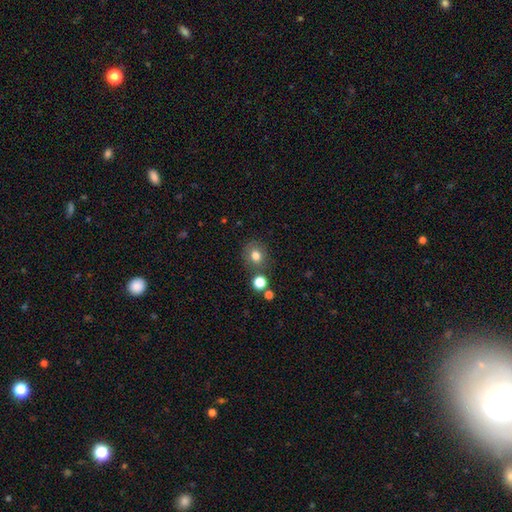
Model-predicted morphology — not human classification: This is likely a smooth galaxy (78%). How rounded: likely round (79%). Merging: likely none (74%).